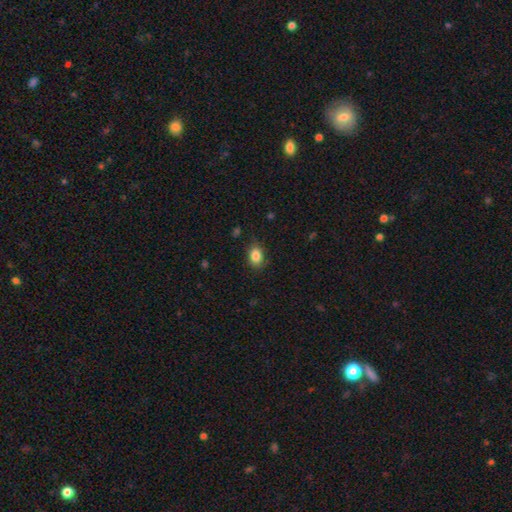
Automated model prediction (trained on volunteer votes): smooth-or-featured: smooth: 86% | star or artifact: 9% | featured or disk: 5%
  how-rounded: in between: 78% | round: 20% | cigar-shaped: 2%
  merging: none: 80% | minor disturbance: 15% | major disturbance: 3% | merger: 1%